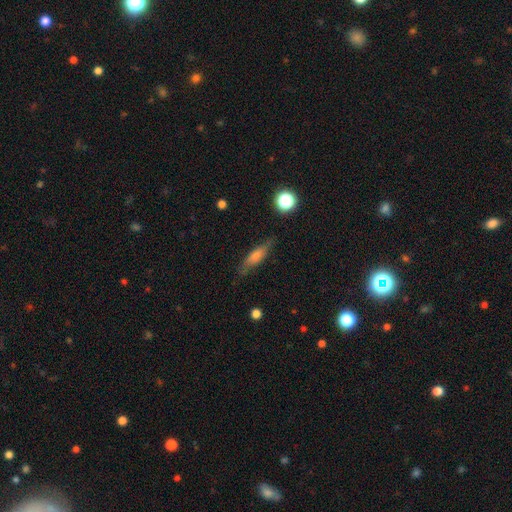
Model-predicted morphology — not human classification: This is possibly a smooth galaxy (55%). How rounded: likely cigar-shaped (66%). Merging: likely none (79%).